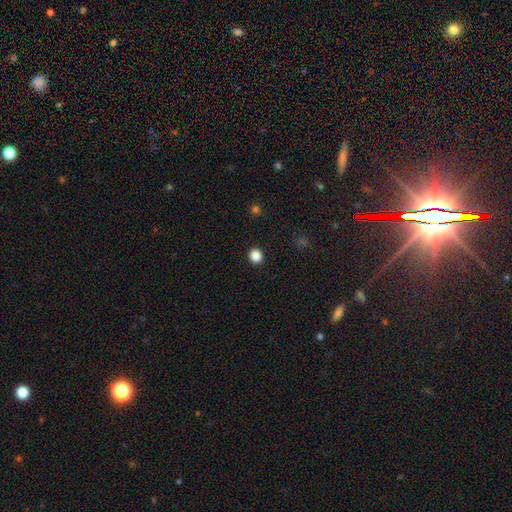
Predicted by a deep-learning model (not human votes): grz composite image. It shows a smooth galaxy with no disk features (86%) that is round (84%). Merging: none (92%).